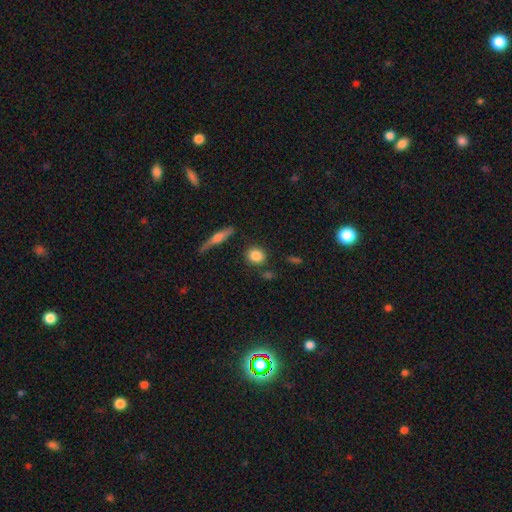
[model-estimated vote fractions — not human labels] This is clearly a smooth galaxy (85%). How rounded: likely round (74%). Merging: clearly none (82%).